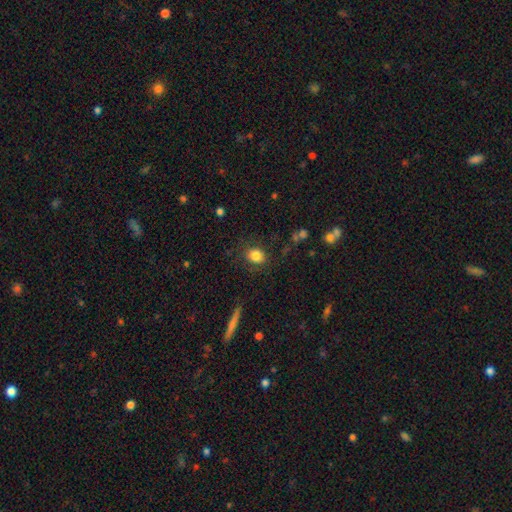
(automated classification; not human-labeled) This appears to be a smooth galaxy with no disk features (83%) that is round (64%). Merging: none (82%).